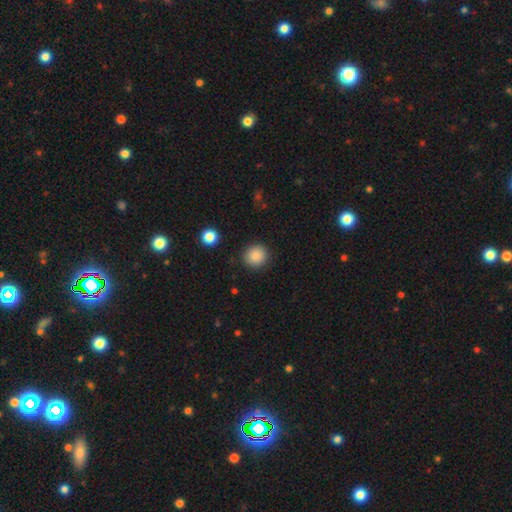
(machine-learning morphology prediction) Smooth or featured? smooth (87%)
How rounded? round (92%)
Merging? none (90%)